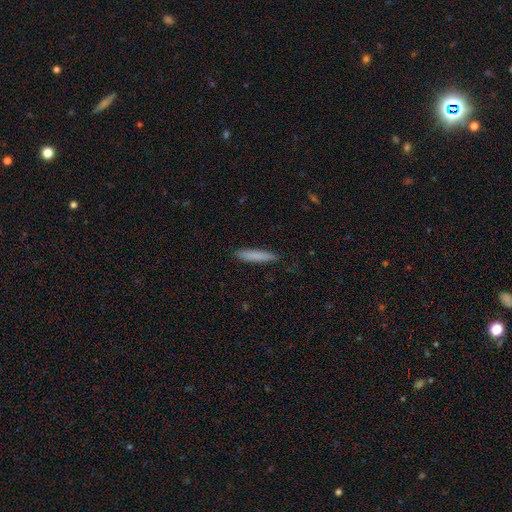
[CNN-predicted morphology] Smooth or featured? smooth (82%)
How rounded? cigar-shaped (93%)
Merging? none (89%)